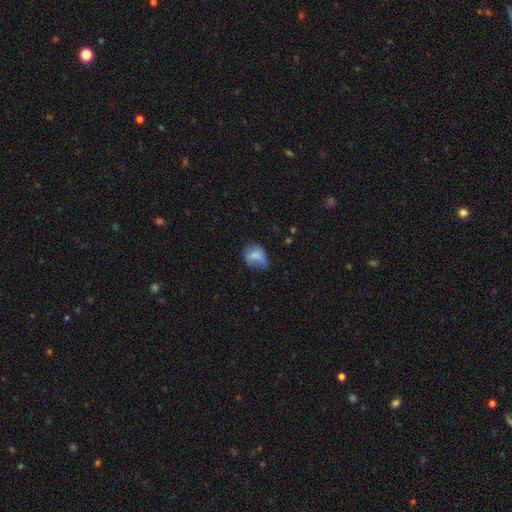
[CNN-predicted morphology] Smooth or featured: smooth — 70% (featured or disk — 21%)
How rounded: in between — 60% (round — 38%)
Merging: none — 43% (minor disturbance — 37%)